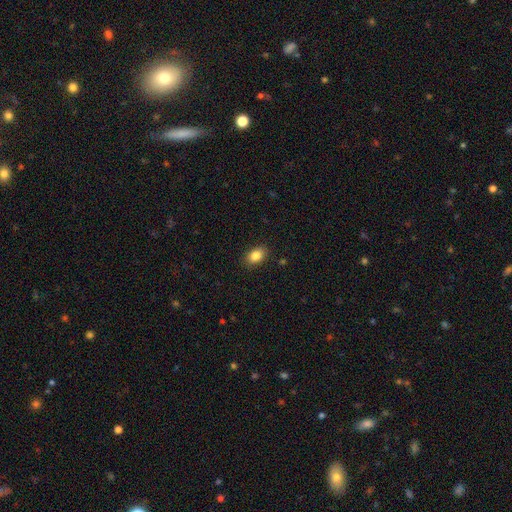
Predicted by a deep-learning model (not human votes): Morphology: type=smooth (85%); roundness=in between (82%); merging=none (88%).